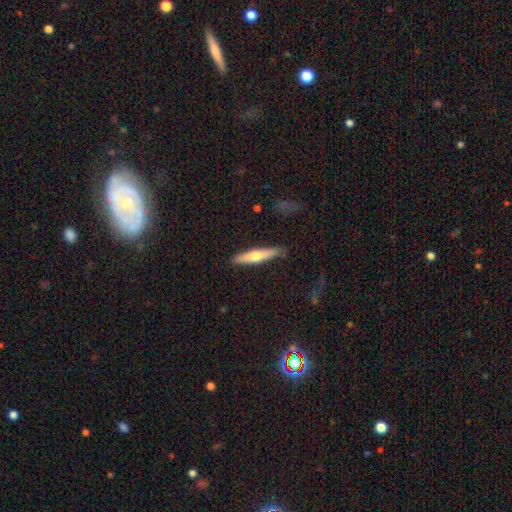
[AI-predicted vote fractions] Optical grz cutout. It shows a smooth galaxy with no disk features (53%) that is cigar-shaped (87%). Merging: none (87%).